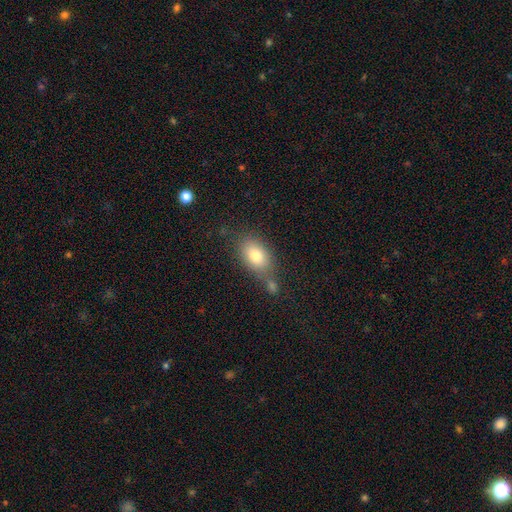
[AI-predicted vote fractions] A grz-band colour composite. It shows a smooth galaxy with no disk features (79%) that is in between round and cigar-shaped (83%). Merging: none (56%).